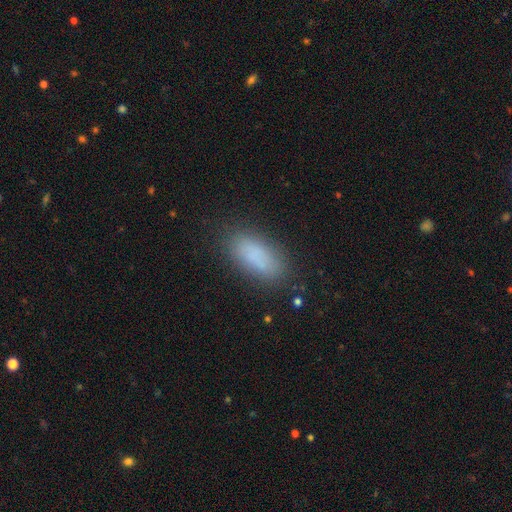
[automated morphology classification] Smooth or featured: smooth — 83% (star or artifact — 9%)
How rounded: in between — 84% (cigar-shaped — 13%)
Merging: none — 82% (minor disturbance — 13%)